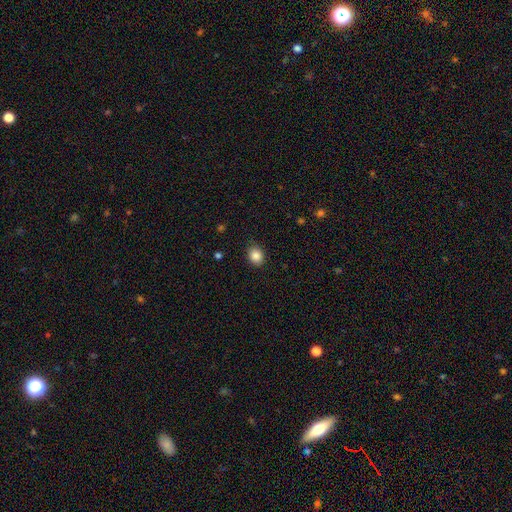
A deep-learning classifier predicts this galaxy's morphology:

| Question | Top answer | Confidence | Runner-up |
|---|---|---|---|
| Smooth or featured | smooth | 86% | star or artifact (9%) |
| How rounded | round | 58% | in between (41%) |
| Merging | none | 88% | minor disturbance (9%) |